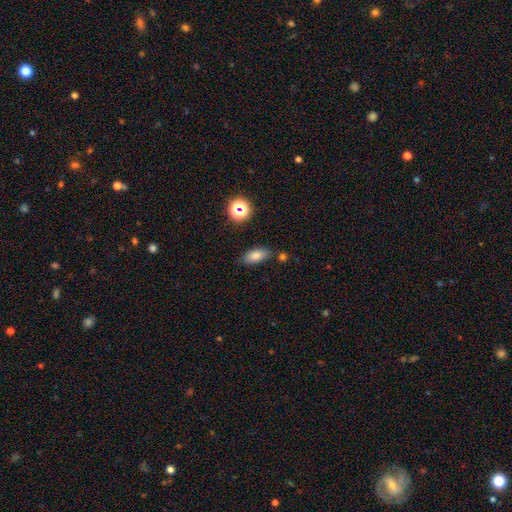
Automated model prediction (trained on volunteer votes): smooth-or-featured: smooth: 78% | star or artifact: 12% | featured or disk: 10%
  how-rounded: in between: 83% | cigar-shaped: 12% | round: 6%
  merging: none: 77% | minor disturbance: 14% | merger: 6% | major disturbance: 3%